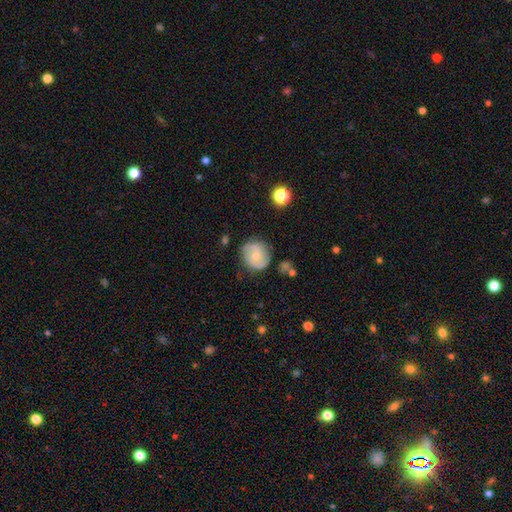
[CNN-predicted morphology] Overall: featured or disk (65%; smooth 27%). Edge-on disk: no (98%). Bar: no (55%; weak 38%). Spiral arms: yes (92%). Spiral arm count: 2 (86%). Spiral winding: medium (48%; tight 30%). Bulge size: small (51%; moderate 38%). Merging: none (76%).